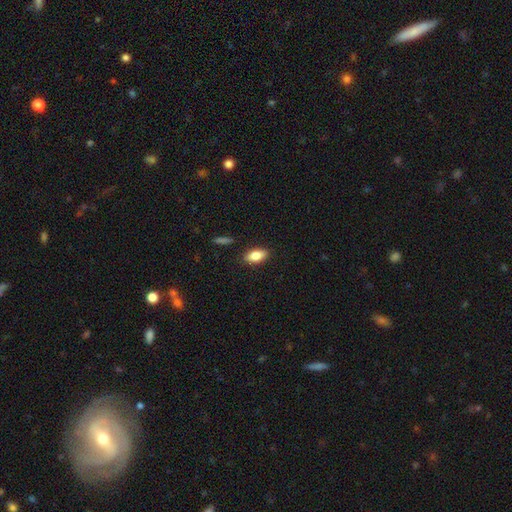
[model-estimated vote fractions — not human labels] Smooth or featured? smooth (82%)
How rounded? in between (88%)
Merging? none (87%)